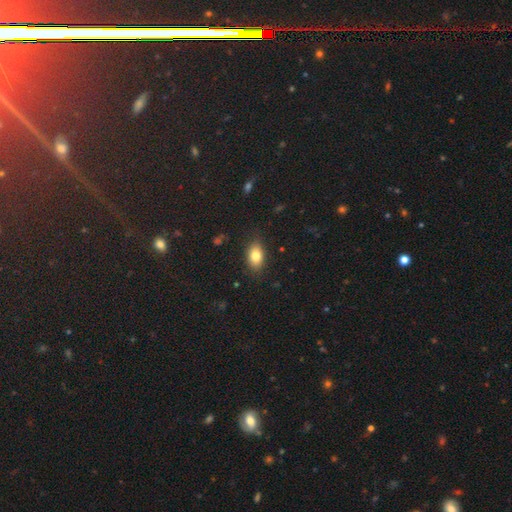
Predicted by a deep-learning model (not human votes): Overall: smooth (82%). How rounded: in between (87%). Merging: none (84%).